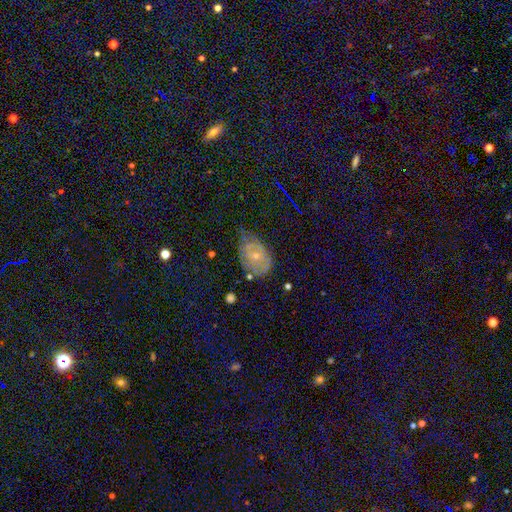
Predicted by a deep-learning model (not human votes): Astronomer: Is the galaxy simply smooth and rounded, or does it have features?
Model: featured or disk — 59%.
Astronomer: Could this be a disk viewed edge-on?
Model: no — 95%.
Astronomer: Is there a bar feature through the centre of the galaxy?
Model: no — 78%.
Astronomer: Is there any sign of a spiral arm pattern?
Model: yes — 64%.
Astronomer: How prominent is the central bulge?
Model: small — 60% (runner-up: moderate, 36%).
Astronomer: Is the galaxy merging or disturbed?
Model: none — 49% (runner-up: minor disturbance, 36%).